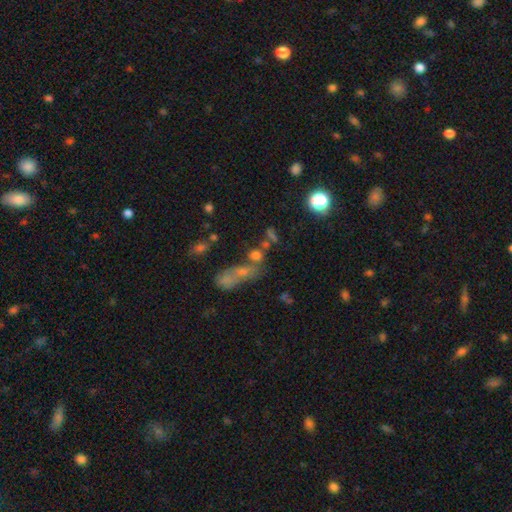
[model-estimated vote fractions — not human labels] A smooth galaxy with no disk features (57%) that is in between round and cigar-shaped (46%). Merging: merger (45%).